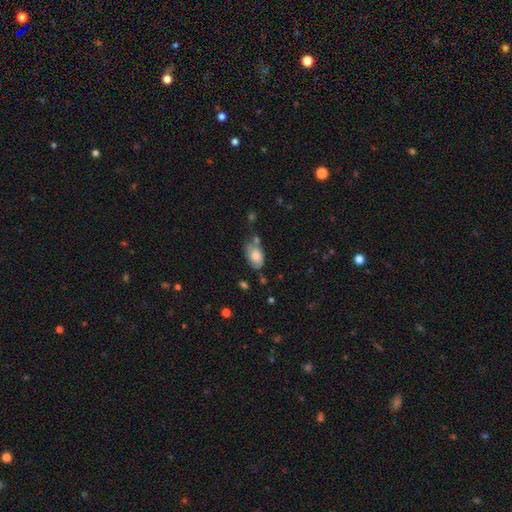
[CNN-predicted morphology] Smooth or featured? smooth (62%)
How rounded? in between (89%)
Merging? none (45%)